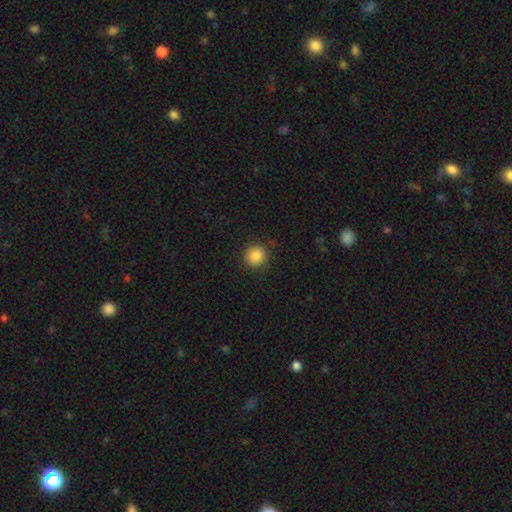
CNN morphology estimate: A smooth galaxy with no disk features (86%) that is round (93%).

Vote fractions:
- Smooth or featured? smooth: 86% / star or artifact: 10% / featured or disk: 4%
- How rounded? round: 93% / in between: 6% / cigar-shaped: 1%
- Merging? none: 89% / minor disturbance: 7% / major disturbance: 2% / merger: 1%